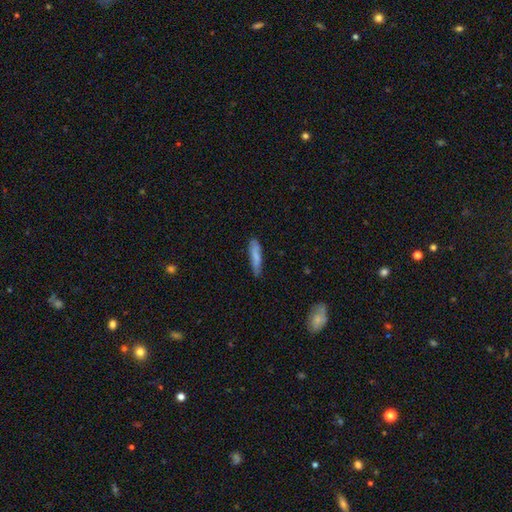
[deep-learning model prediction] smooth_or_featured: smooth (p=0.74) [alt: featured or disk p=0.19]
how_rounded: cigar-shaped (p=0.77) [alt: in between p=0.22]
merging: none (p=0.70) [alt: minor disturbance p=0.23]